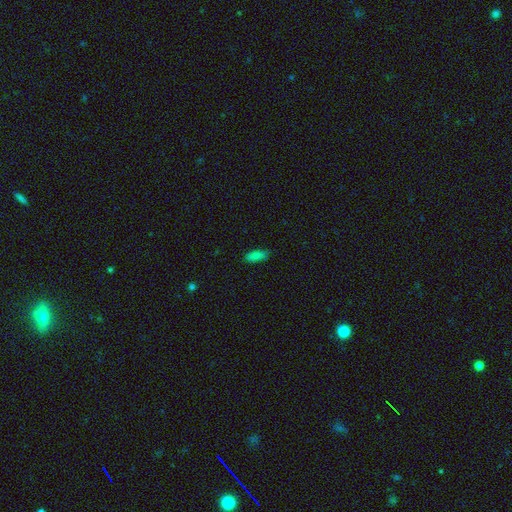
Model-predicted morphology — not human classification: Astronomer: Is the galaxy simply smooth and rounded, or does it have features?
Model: smooth — 82%.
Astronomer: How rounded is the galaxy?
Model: in between — 76%.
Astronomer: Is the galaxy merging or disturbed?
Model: none — 83%.